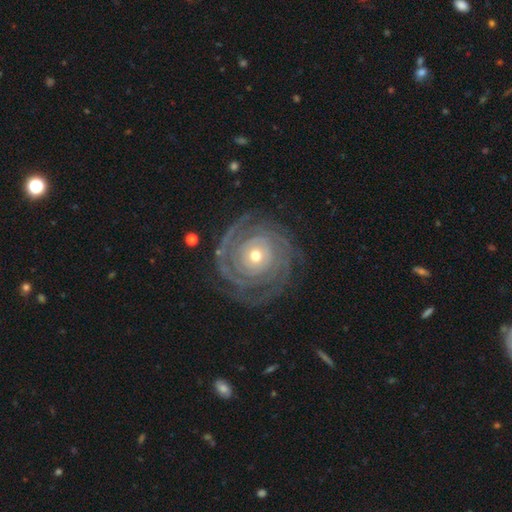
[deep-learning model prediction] This is clearly a featured or disk galaxy (88%). It is clearly not viewed edge-on (97%). Bar: clearly no (81%). Spiral arm pattern: clearly yes (96%). Spiral arm count: marginally can't tell (28%). Spiral winding: clearly tight (85%). Central bulge: possibly moderate (53%). Merging: likely none (79%).